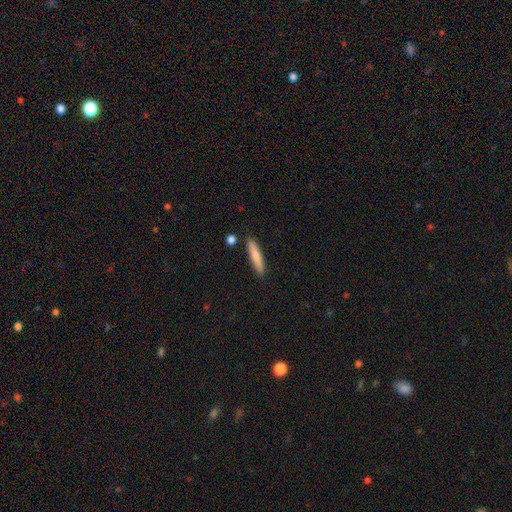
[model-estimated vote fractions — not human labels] Smooth or featured?
  - smooth: 80% *
  - featured or disk: 14%
  - star or artifact: 6%
How rounded?
  - cigar-shaped: 89% *
  - in between: 10%
  - round: 1%
Merging?
  - none: 86% *
  - minor disturbance: 9%
  - merger: 3%
  - major disturbance: 2%